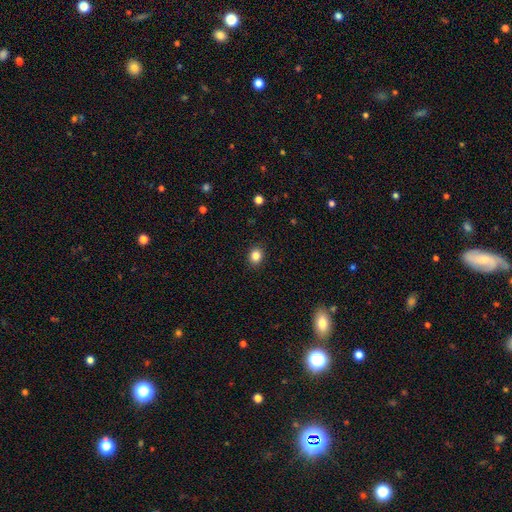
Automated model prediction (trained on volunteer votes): A smooth galaxy with no disk features (85%) that is round (66%). Merging: none (90%).